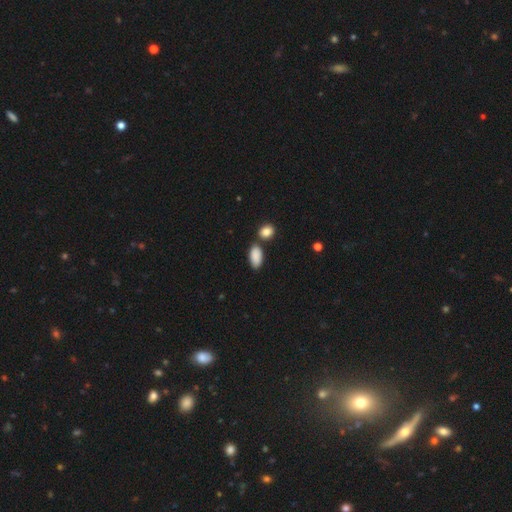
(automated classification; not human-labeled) Smooth or featured? smooth (89%)
How rounded? in between (93%)
Merging? none (69%)